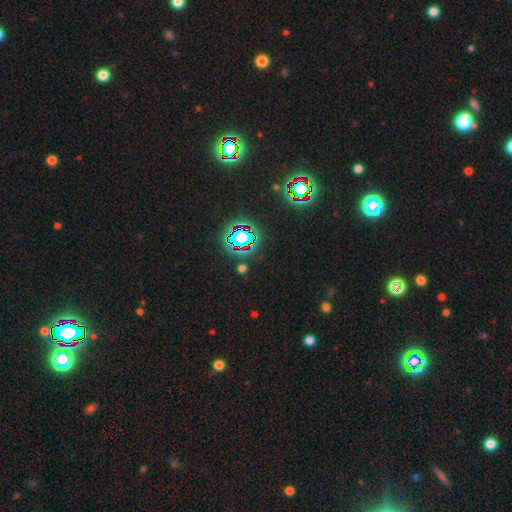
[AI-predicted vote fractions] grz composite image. It shows a star or artifact, not a galaxy (75%).